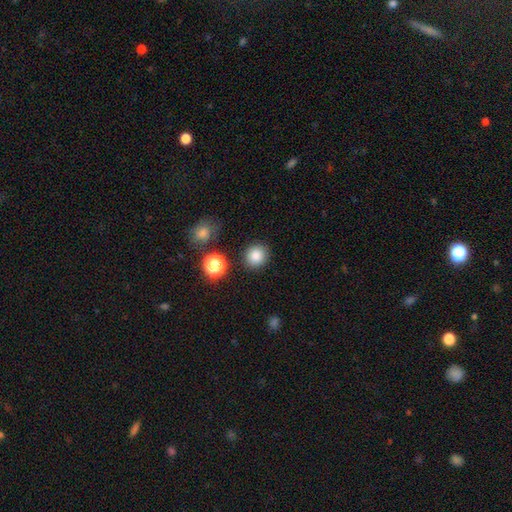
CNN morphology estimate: The model was most divided on "smooth or featured": smooth: 83%, star or artifact: 12%, featured or disk: 5%. More confident: how rounded — round (87%); merging — none (86%).